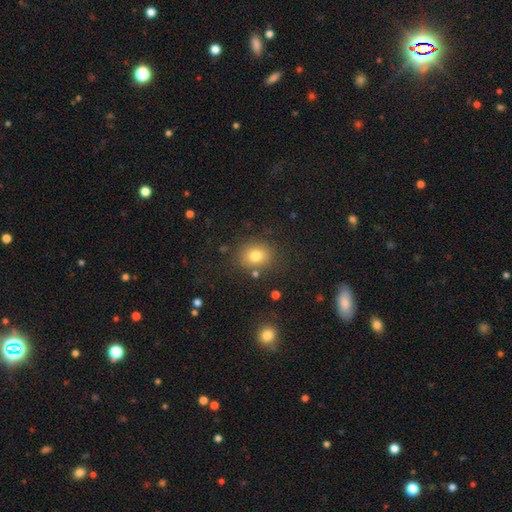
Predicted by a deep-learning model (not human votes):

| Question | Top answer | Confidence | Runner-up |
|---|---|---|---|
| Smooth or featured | smooth | 78% | star or artifact (13%) |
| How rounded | round | 67% | in between (32%) |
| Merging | none | 82% | minor disturbance (10%) |